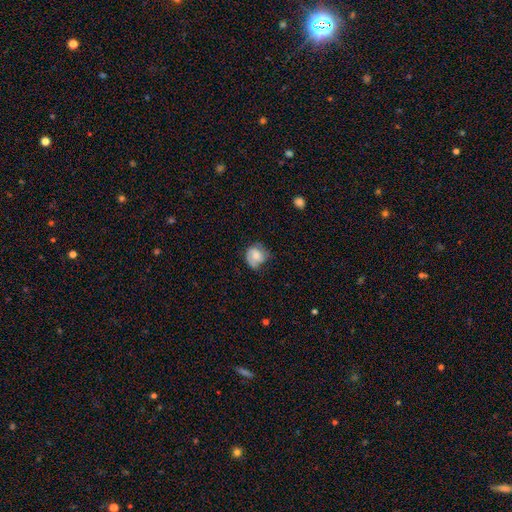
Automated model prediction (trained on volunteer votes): smooth 59%, featured or disk 33%, star or artifact 8%. Down the decision tree: how rounded — round (69%); merging — none (50%).